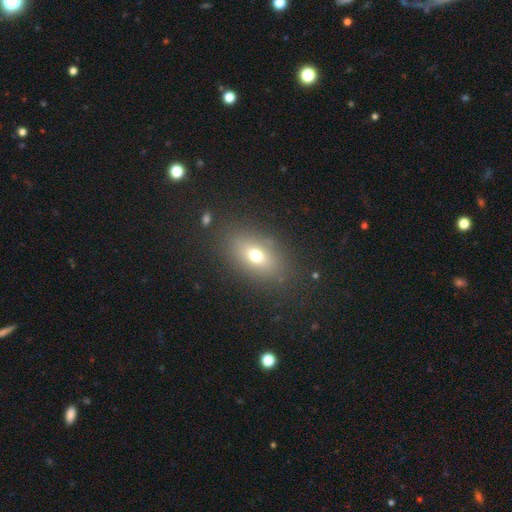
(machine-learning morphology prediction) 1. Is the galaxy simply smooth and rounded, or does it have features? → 67% smooth, 18% featured or disk, 14% star or artifact.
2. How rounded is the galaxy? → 78% in between, 19% round, 3% cigar-shaped.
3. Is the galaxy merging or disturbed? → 83% none, 10% minor disturbance, 5% major disturbance, 2% merger.